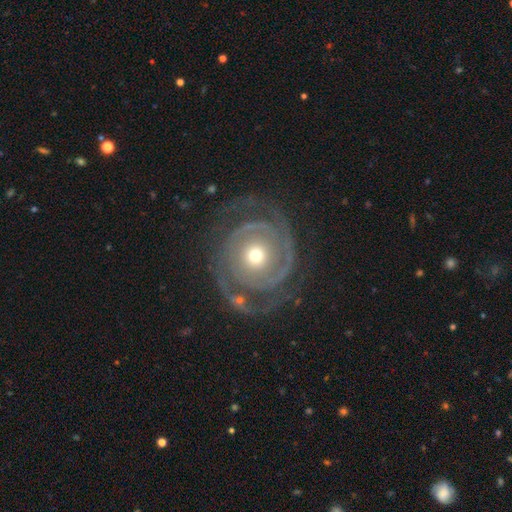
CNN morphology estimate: Smooth or featured: featured or disk — 84% (smooth — 10%)
Edge-on disk: no — 97% (yes — 3%)
Bar: no — 82% (weak — 13%)
Spiral arms: yes — 91% (no — 9%)
Spiral winding: tight — 60% (medium — 28%)
Spiral arm count: 2 — 55% (can't tell — 16%)
Bulge size: moderate — 48% (small — 45%)
Merging: none — 63% (major disturbance — 19%)